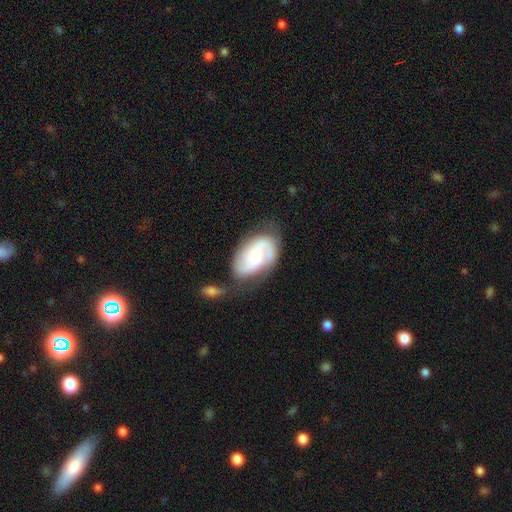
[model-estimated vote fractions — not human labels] Morphology: type=featured or disk (70%); edge-on=no (96%); bar=no (58%); spiral arms=yes (91%); winding=medium (44%); arm count=2 (71%); bulge=moderate (51%); merging=none (54%).